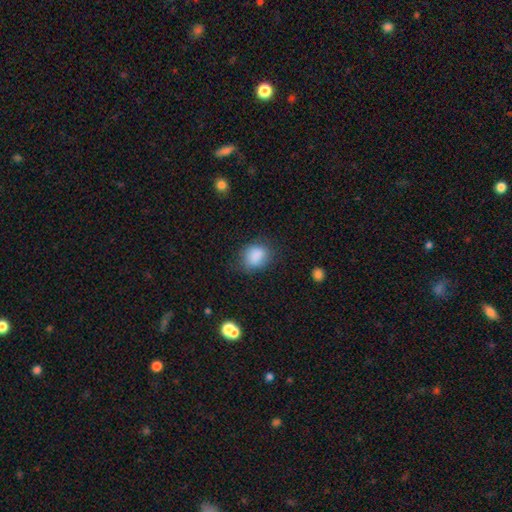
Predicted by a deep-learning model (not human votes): smooth 86%, star or artifact 9%, featured or disk 6%. Down the decision tree: how rounded — in between (53%); merging — none (70%).